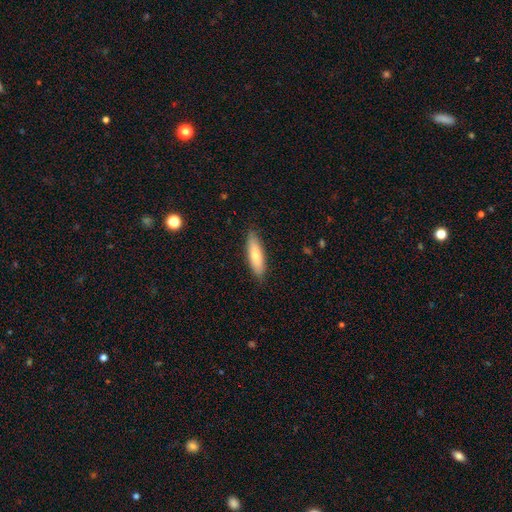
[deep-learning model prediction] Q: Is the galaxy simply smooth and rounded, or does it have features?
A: smooth — 74%.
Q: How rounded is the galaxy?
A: cigar-shaped — 55%.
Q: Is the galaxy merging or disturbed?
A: none — 87%.